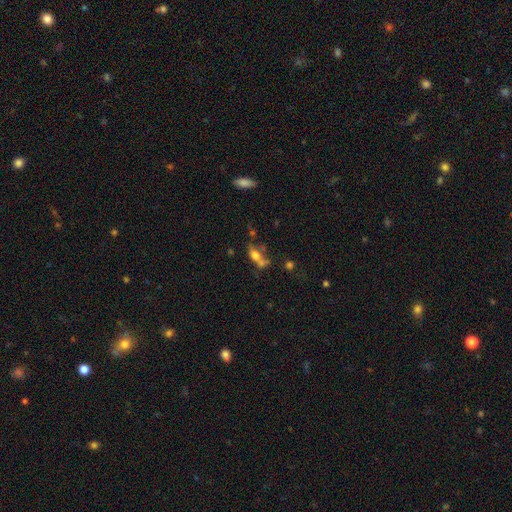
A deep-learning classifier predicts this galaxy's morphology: The model was most divided on "merging": merger: 39%, none: 35%, minor disturbance: 14%, major disturbance: 12%. More confident: how rounded — in between (70%); smooth or featured — smooth (60%).